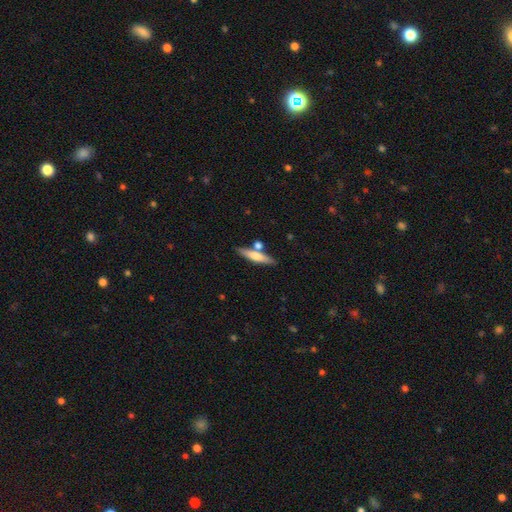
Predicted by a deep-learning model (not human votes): This is possibly a smooth galaxy (57%). How rounded: clearly cigar-shaped (83%). Merging: likely none (74%).